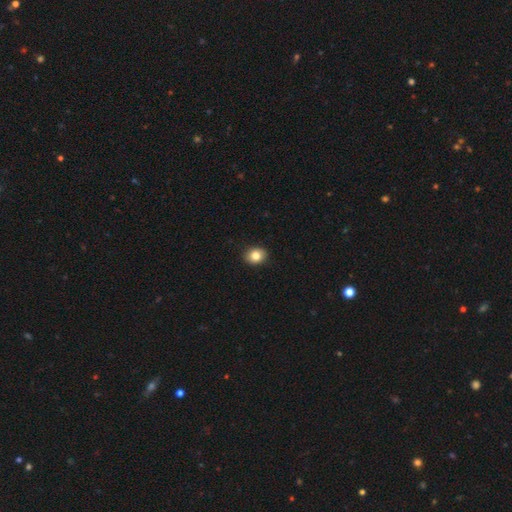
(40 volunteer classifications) This is clearly a smooth galaxy (82%). How rounded: possibly round (52%). Merging: clearly none (95%).